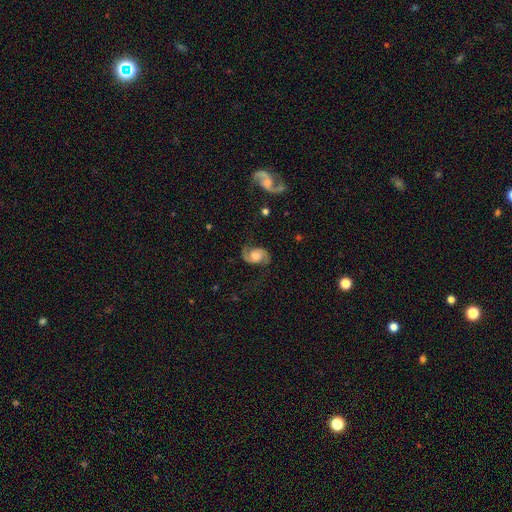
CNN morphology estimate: The model was most divided on "spiral winding": medium: 49%, loose: 35%, tight: 15%. Remaining: edge-on disk — no (98%); spiral arms — yes (97%); spiral arm count — 2 (93%); smooth or featured — featured or disk (85%); merging — none (76%); bar — no (61%); bulge size — moderate (46%).